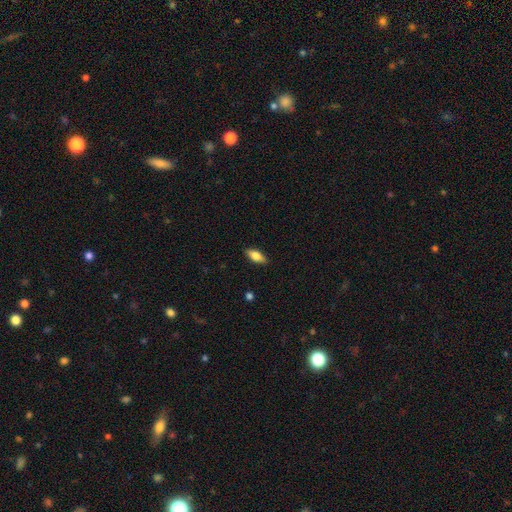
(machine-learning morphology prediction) A smooth galaxy with no disk features (72%) that is in between round and cigar-shaped (77%).

Vote fractions:
- Smooth or featured? smooth: 72% / featured or disk: 21% / star or artifact: 7%
- How rounded? in between: 77% / cigar-shaped: 20% / round: 3%
- Merging? none: 88% / minor disturbance: 9% / major disturbance: 2% / merger: 1%